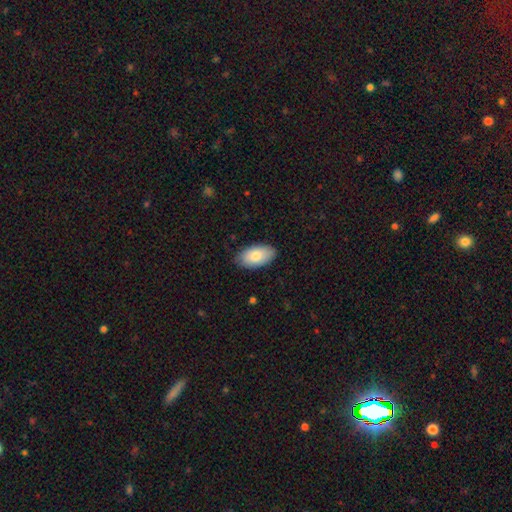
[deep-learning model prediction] Q: Smooth or featured?
A: smooth (82%); runner-up: featured or disk (12%)
Q: How rounded?
A: in between (95%); runner-up: round (3%)
Q: Merging?
A: none (85%); runner-up: minor disturbance (12%)